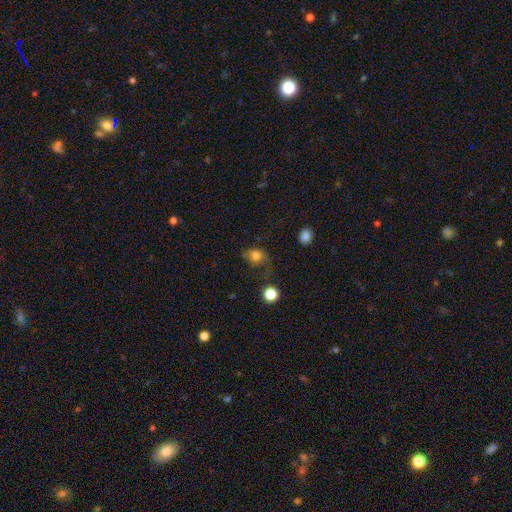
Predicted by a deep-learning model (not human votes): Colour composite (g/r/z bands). It shows a smooth galaxy with no disk features (78%) that is round (69%). Merging: none (54%).